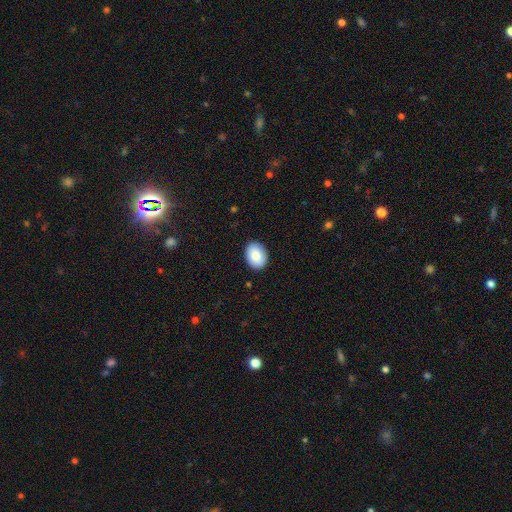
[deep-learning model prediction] A smooth galaxy with no disk features (85%) that is in between round and cigar-shaped (76%).

Vote fractions:
- Smooth or featured? smooth: 85% / featured or disk: 8% / star or artifact: 7%
- How rounded? in between: 76% / round: 23% / cigar-shaped: 1%
- Merging? none: 89% / minor disturbance: 8% / major disturbance: 2% / merger: 1%